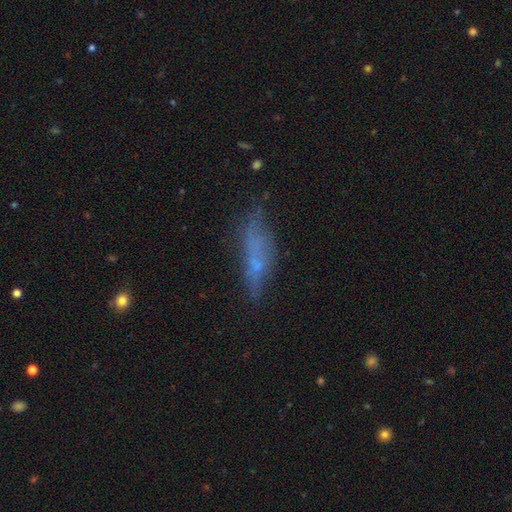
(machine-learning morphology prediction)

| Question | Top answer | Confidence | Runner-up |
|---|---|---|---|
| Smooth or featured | smooth | 49% | featured or disk (37%) |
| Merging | none | 53% | minor disturbance (28%) |